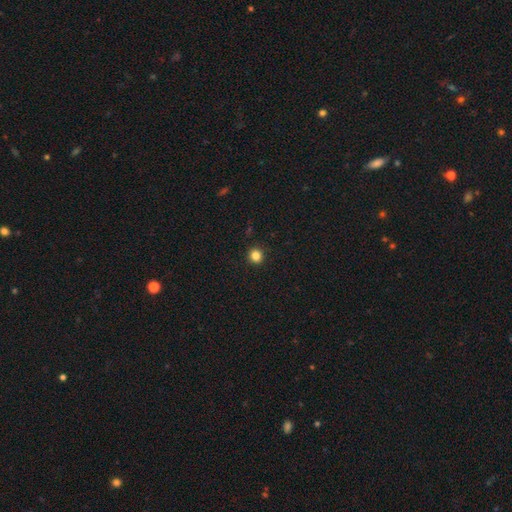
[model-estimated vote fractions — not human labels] Smooth or featured: smooth — 84% (star or artifact — 12%)
How rounded: round — 93% (in between — 6%)
Merging: none — 93% (minor disturbance — 5%)